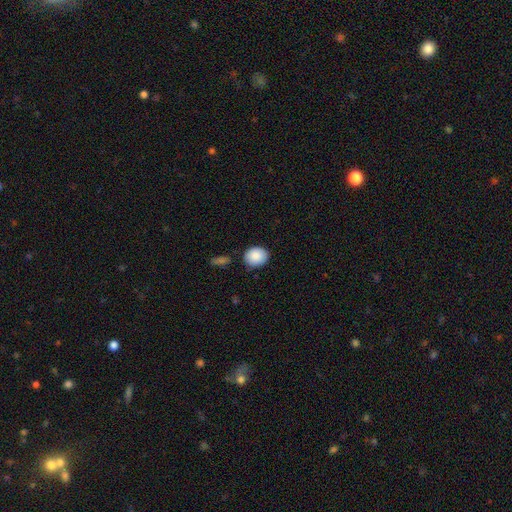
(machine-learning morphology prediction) Smooth or featured: smooth — 88% (star or artifact — 7%)
How rounded: round — 62% (in between — 37%)
Merging: none — 82% (minor disturbance — 12%)